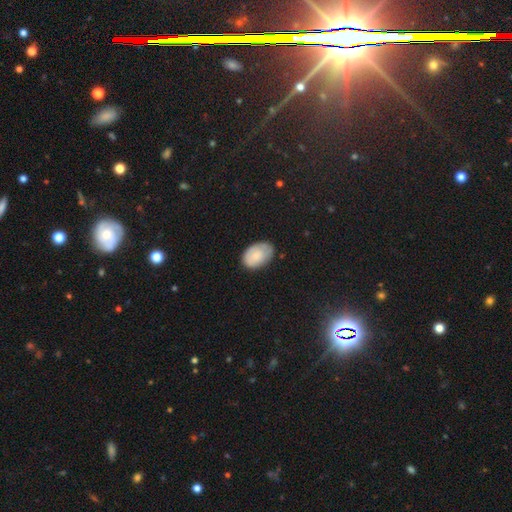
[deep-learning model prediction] This appears to be a smooth galaxy with no disk features (78%) that is in between round and cigar-shaped (89%). Merging: none (69%).